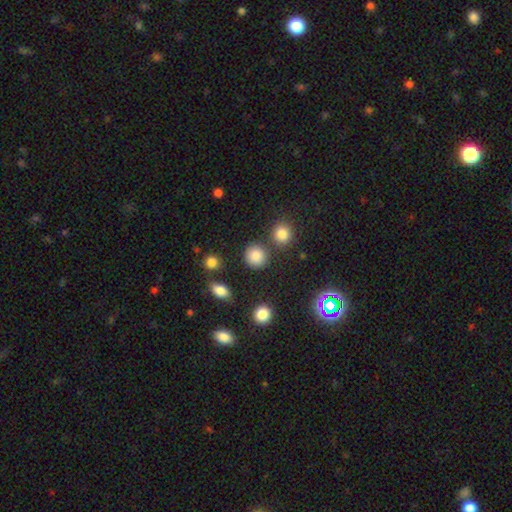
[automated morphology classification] Overall: smooth (85%). How rounded: round (89%). Merging: none (82%).